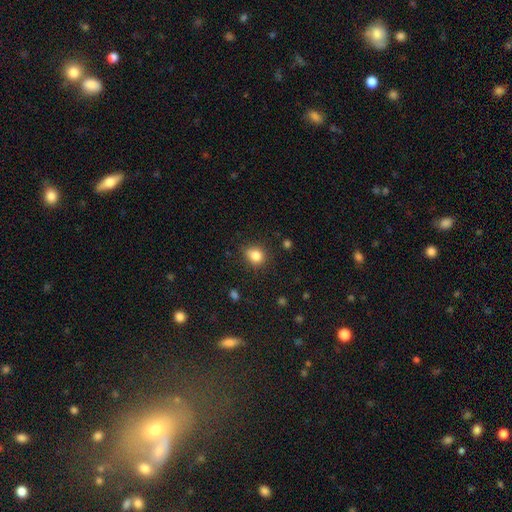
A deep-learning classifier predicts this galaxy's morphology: Smooth or featured: smooth — 84% (star or artifact — 11%)
How rounded: round — 72% (in between — 27%)
Merging: none — 78% (minor disturbance — 17%)